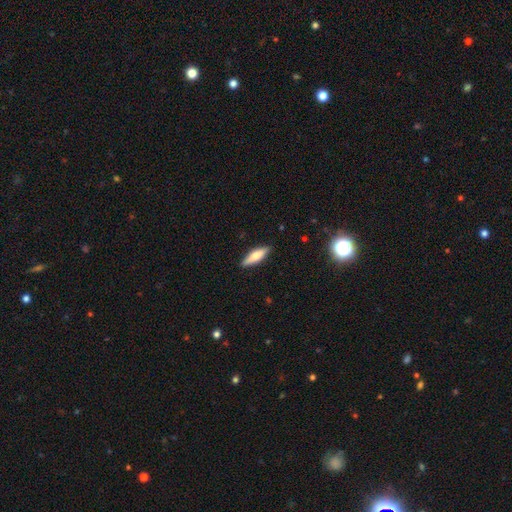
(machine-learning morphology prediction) A smooth galaxy with no disk features (54%) that is cigar-shaped (60%).

Vote fractions:
- Smooth or featured? smooth: 54% / featured or disk: 40% / star or artifact: 6%
- How rounded? cigar-shaped: 60% / in between: 38% / round: 2%
- Merging? none: 89% / minor disturbance: 8% / major disturbance: 2% / merger: 1%